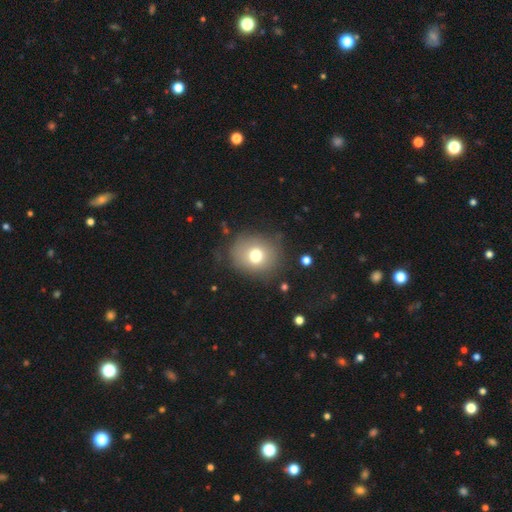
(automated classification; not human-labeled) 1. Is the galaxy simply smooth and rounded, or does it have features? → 72% smooth, 16% featured or disk, 12% star or artifact.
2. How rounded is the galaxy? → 75% round, 24% in between, 1% cigar-shaped.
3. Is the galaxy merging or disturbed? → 74% none, 16% minor disturbance, 7% major disturbance, 2% merger.